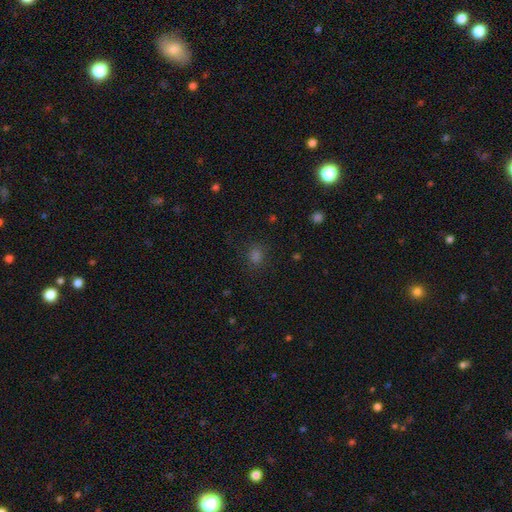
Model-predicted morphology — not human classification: This is likely a smooth galaxy (71%). How rounded: likely round (75%). Merging: clearly none (86%).